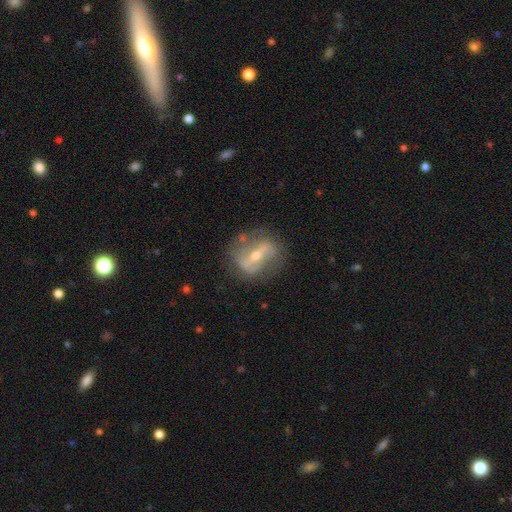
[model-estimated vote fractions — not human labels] The model was most divided on "bulge size": moderate: 52%, small: 44%, large: 2%, none: 1%, dominant: 1%. More confident: edge-on disk — no (89%); smooth or featured — featured or disk (78%); merging — none (71%); spiral arms — yes (63%); bar — strong (62%).